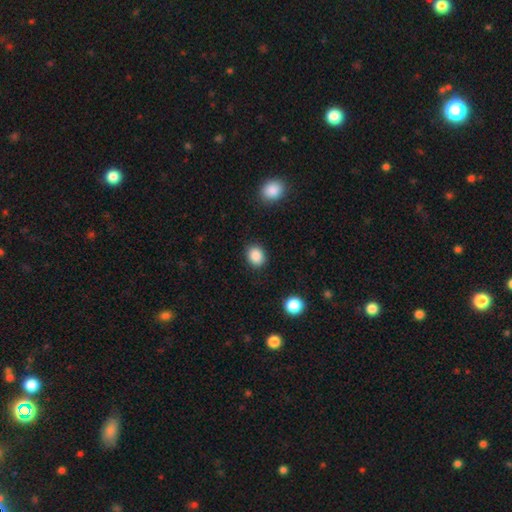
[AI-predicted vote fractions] This appears to be a smooth galaxy with no disk features (88%) that is round (55%). Merging: none (88%).